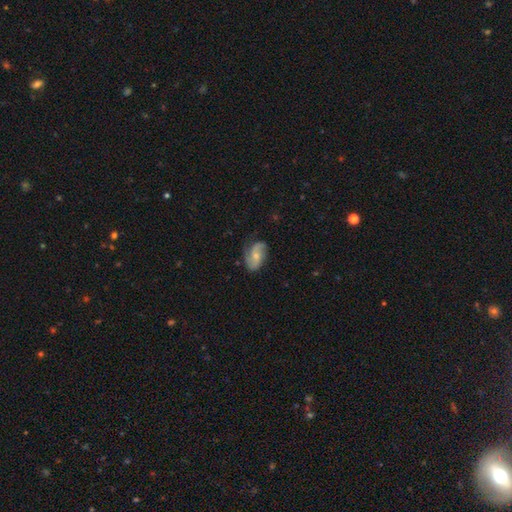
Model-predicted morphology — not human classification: This is likely a featured or disk galaxy (62%). It is clearly not viewed edge-on (96%). Bar: likely no (64%). Spiral arm pattern: clearly yes (90%). Spiral arm count: likely 2 (74%). Spiral winding: marginally loose (41%). Central bulge: possibly small (49%). Merging: likely none (63%).